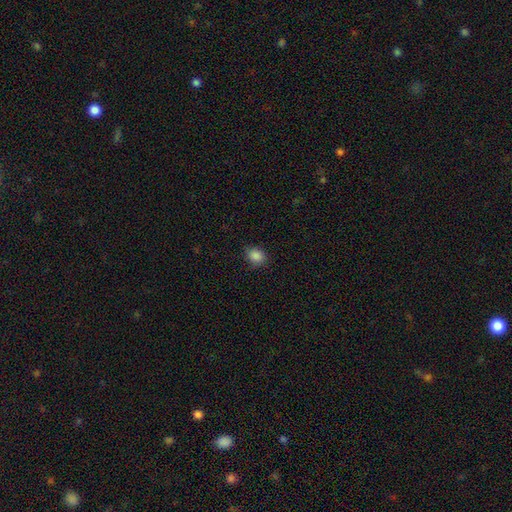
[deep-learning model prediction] A smooth galaxy with no disk features (86%) that is round (57%). Merging: none (80%).